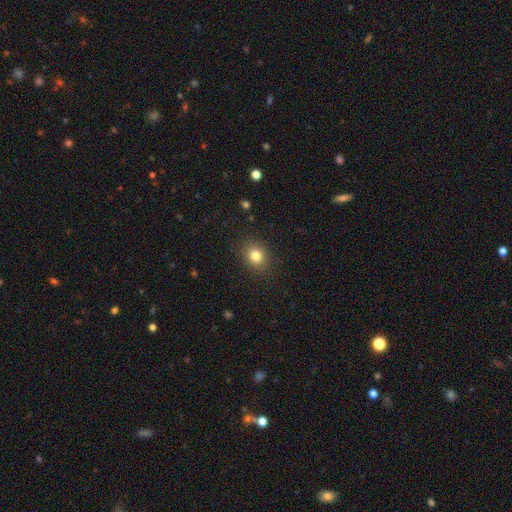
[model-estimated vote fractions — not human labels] Overall: smooth (81%). How rounded: round (63%; in between 36%). Merging: none (89%).